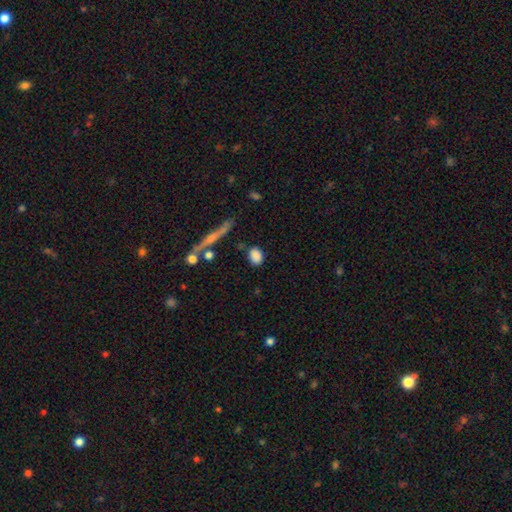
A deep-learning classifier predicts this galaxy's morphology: smooth-or-featured: smooth: 85% | star or artifact: 8% | featured or disk: 7%
  how-rounded: in between: 68% | round: 28% | cigar-shaped: 4%
  merging: none: 77% | minor disturbance: 13% | merger: 5% | major disturbance: 4%